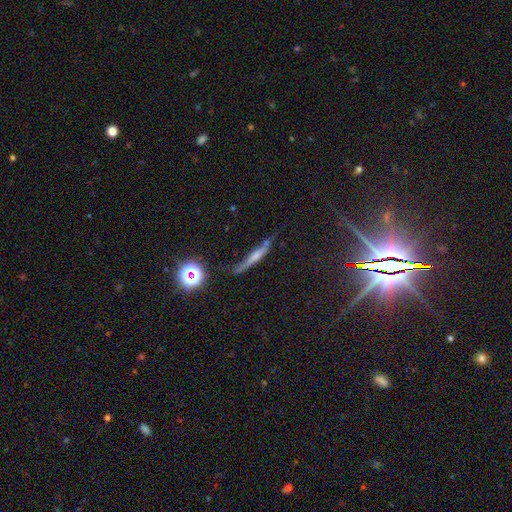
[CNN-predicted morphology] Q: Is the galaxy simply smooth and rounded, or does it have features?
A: featured or disk — 44%.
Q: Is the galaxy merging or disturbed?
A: none — 62%.